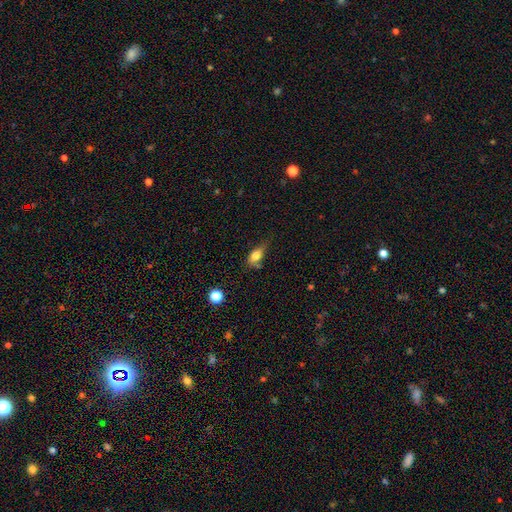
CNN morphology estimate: Q: Smooth or featured?
A: smooth (74%); runner-up: featured or disk (17%)
Q: How rounded?
A: in between (77%); runner-up: round (13%)
Q: Merging?
A: none (41%); runner-up: minor disturbance (35%)